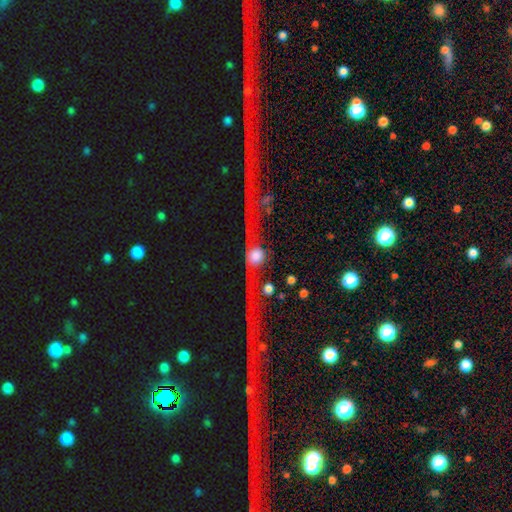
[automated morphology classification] smooth-or-featured: featured or disk: 60% | smooth: 27% | star or artifact: 13%
  disk-edge-on: yes: 63% | no: 37%
  merging: none: 47% | major disturbance: 23% | minor disturbance: 17% | merger: 13%